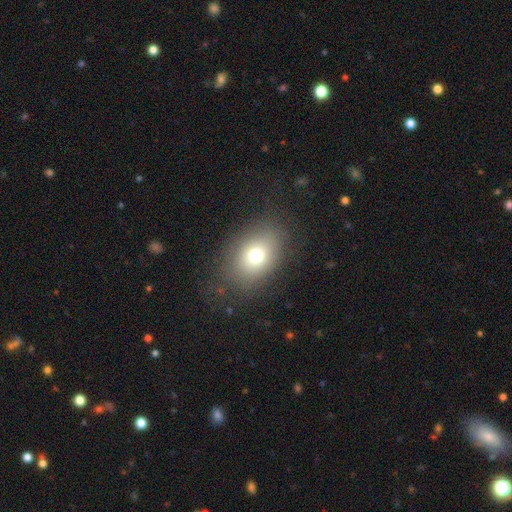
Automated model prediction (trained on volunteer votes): A smooth galaxy with no disk features (71%) that is in between round and cigar-shaped (68%).

Vote fractions:
- Smooth or featured? smooth: 71% / featured or disk: 14% / star or artifact: 14%
- How rounded? in between: 68% / round: 31% / cigar-shaped: 1%
- Merging? none: 80% / minor disturbance: 12% / major disturbance: 7% / merger: 1%